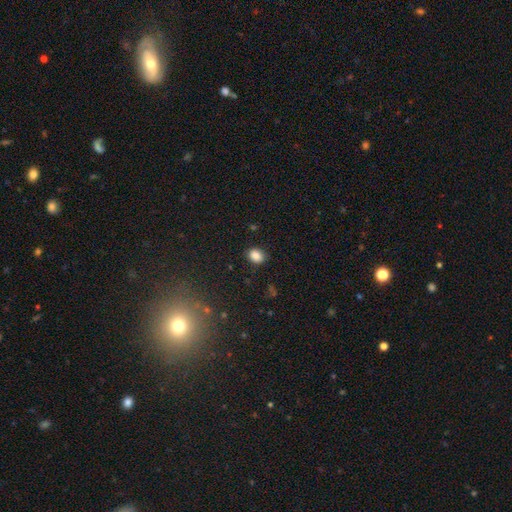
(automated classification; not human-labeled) Q: Smooth or featured?
A: smooth (87%); runner-up: star or artifact (9%)
Q: How rounded?
A: in between (64%); runner-up: round (35%)
Q: Merging?
A: none (84%); runner-up: minor disturbance (12%)